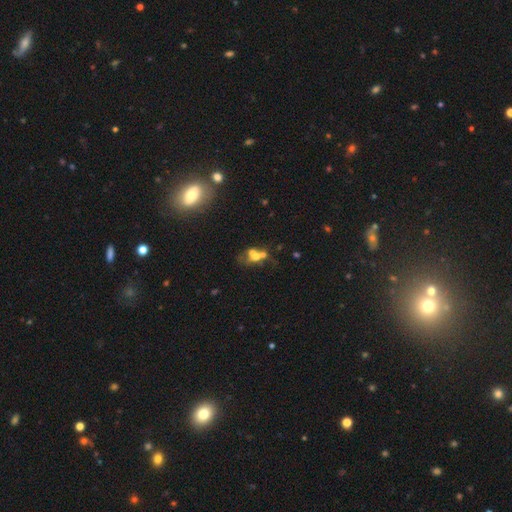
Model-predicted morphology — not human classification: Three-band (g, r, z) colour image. It shows a smooth galaxy with no disk features (42%). Merging: merger (58%).